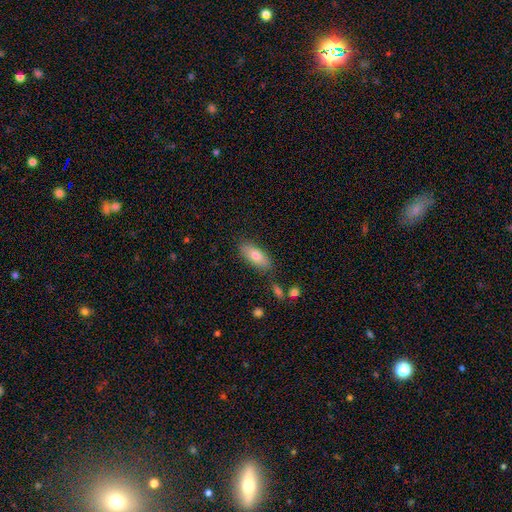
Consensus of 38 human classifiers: Volunteers were most divided on "smooth or featured": smooth: 74%, featured or disk: 18%, star or artifact: 8%. More confident: merging — none (91%); how rounded — in between (79%).